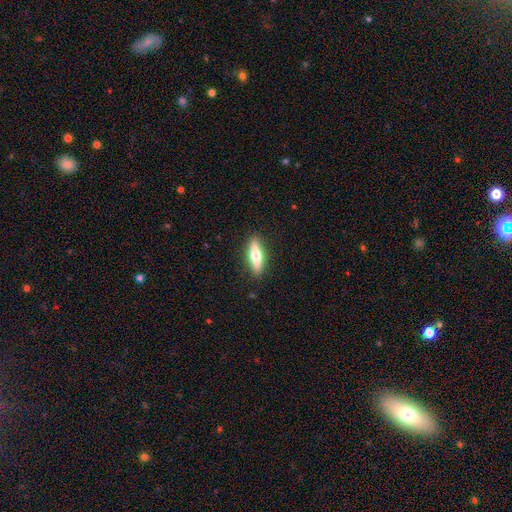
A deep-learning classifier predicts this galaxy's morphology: This is possibly a smooth galaxy (51%). How rounded: likely cigar-shaped (66%). Merging: clearly none (90%).